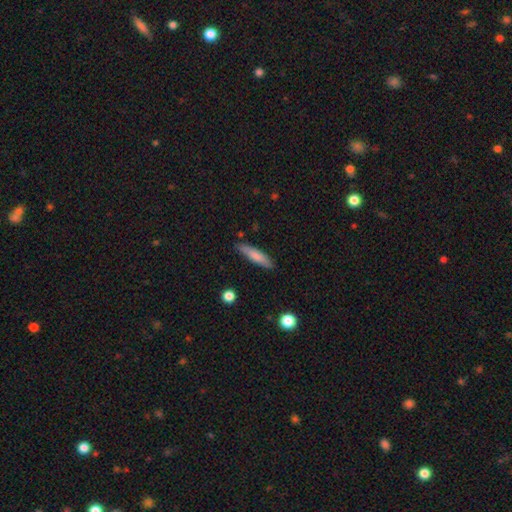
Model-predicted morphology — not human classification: smooth_or_featured: smooth (p=0.76) [alt: featured or disk p=0.18]
how_rounded: cigar-shaped (p=0.82) [alt: in between p=0.17]
merging: none (p=0.85) [alt: minor disturbance p=0.11]